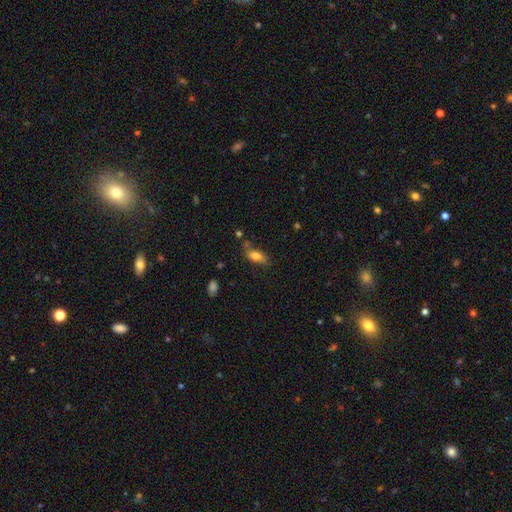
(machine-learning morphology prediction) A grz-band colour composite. It shows a smooth galaxy with no disk features (78%) that is in between round and cigar-shaped (82%). Merging: none (64%).